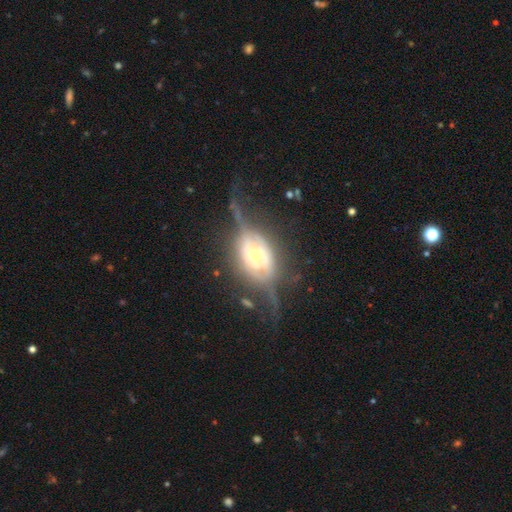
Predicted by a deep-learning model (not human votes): This is likely a featured or disk galaxy (76%). It is likely not viewed edge-on (75%). Bar: likely no (67%). Spiral arm pattern: possibly yes (58%). Central bulge: possibly small (46%). Merging: marginally major disturbance (41%).